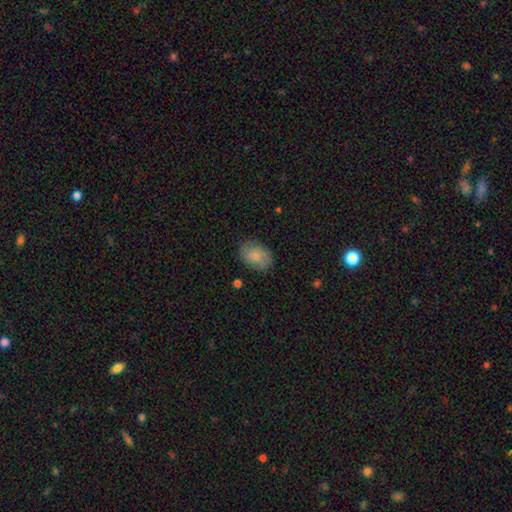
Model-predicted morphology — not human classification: Smooth or featured?
  - smooth: 69% *
  - featured or disk: 23%
  - star or artifact: 8%
How rounded?
  - in between: 80% *
  - round: 19%
  - cigar-shaped: 1%
Merging?
  - none: 78% *
  - minor disturbance: 16%
  - major disturbance: 5%
  - merger: 1%